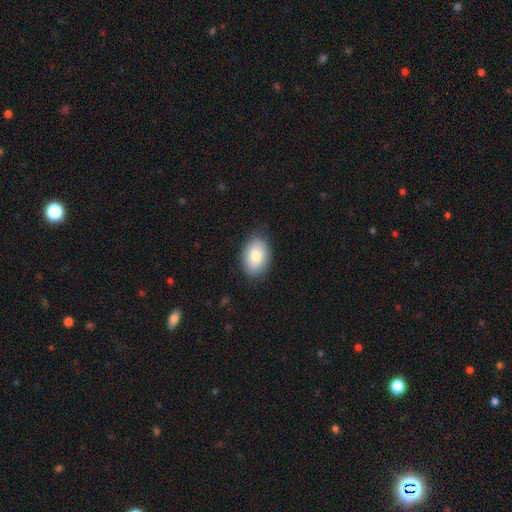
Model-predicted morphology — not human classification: Q: Smooth or featured?
A: smooth (78%); runner-up: featured or disk (15%)
Q: How rounded?
A: in between (84%); runner-up: round (15%)
Q: Merging?
A: none (84%); runner-up: minor disturbance (12%)